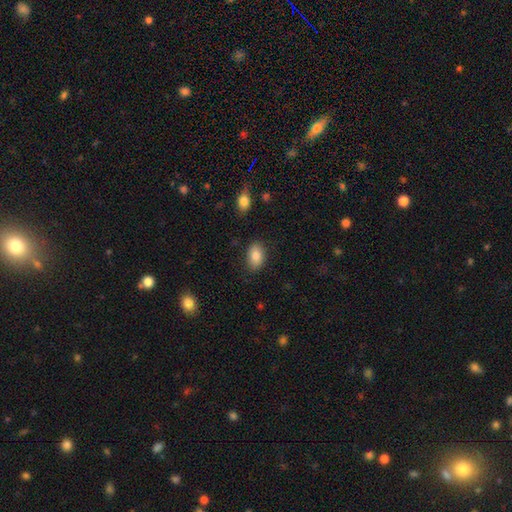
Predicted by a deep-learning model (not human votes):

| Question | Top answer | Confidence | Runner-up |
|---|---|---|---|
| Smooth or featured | smooth | 85% | featured or disk (8%) |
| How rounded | in between | 90% | round (8%) |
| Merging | none | 85% | minor disturbance (11%) |